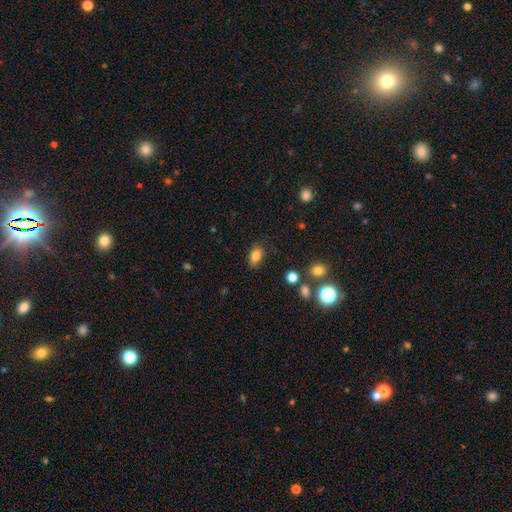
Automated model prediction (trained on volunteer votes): Smooth or featured? Predicted: smooth (p=0.83). How rounded? Predicted: in between (p=0.85). Merging? Predicted: none (p=0.81).